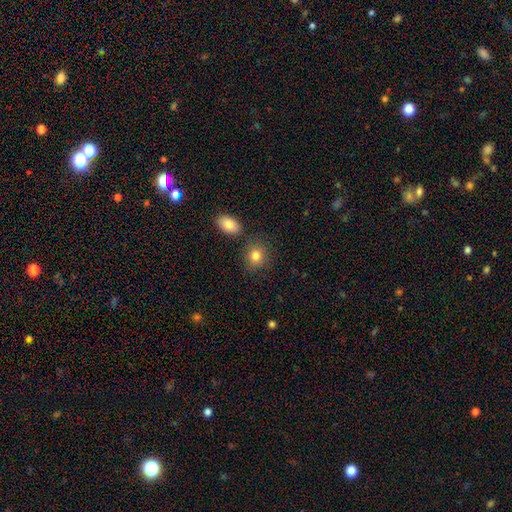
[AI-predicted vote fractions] A smooth galaxy with no disk features (82%) that is round (68%). Merging: none (78%).